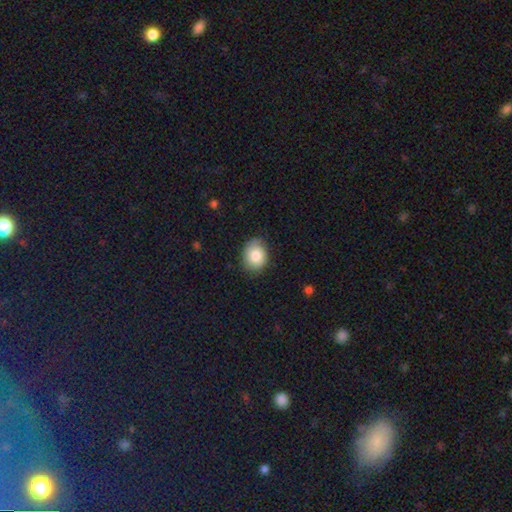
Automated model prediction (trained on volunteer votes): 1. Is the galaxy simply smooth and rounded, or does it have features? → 82% smooth, 11% featured or disk, 8% star or artifact.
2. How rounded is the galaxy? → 54% in between, 45% round, 1% cigar-shaped.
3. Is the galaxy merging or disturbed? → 78% none, 18% minor disturbance, 3% major disturbance, 1% merger.